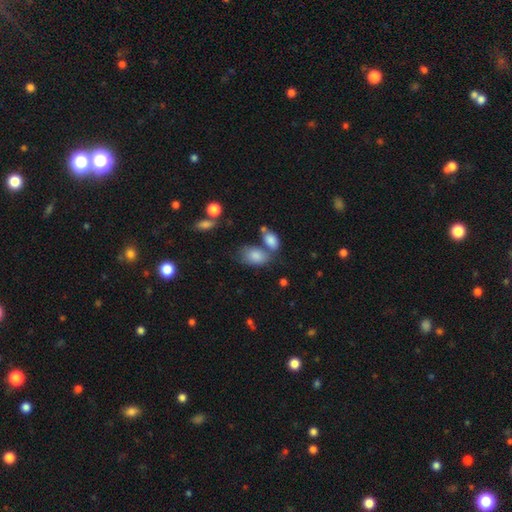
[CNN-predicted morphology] smooth-or-featured: smooth: 83% | featured or disk: 9% | star or artifact: 8%
  how-rounded: in between: 88% | round: 10% | cigar-shaped: 2%
  merging: none: 43% | merger: 31% | minor disturbance: 19% | major disturbance: 8%